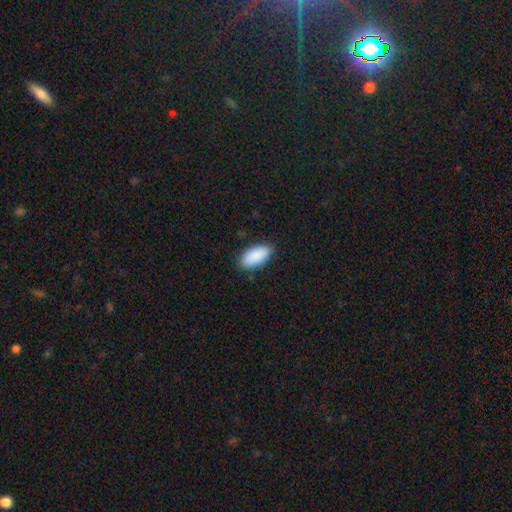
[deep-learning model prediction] Q: Smooth or featured?
A: smooth (90%); runner-up: star or artifact (6%)
Q: How rounded?
A: in between (93%); runner-up: cigar-shaped (5%)
Q: Merging?
A: none (86%); runner-up: minor disturbance (11%)